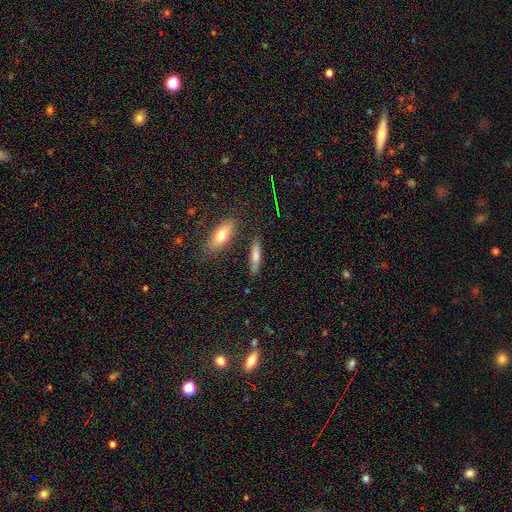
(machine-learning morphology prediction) Overall: smooth (68%). How rounded: cigar-shaped (75%). Merging: none (79%).